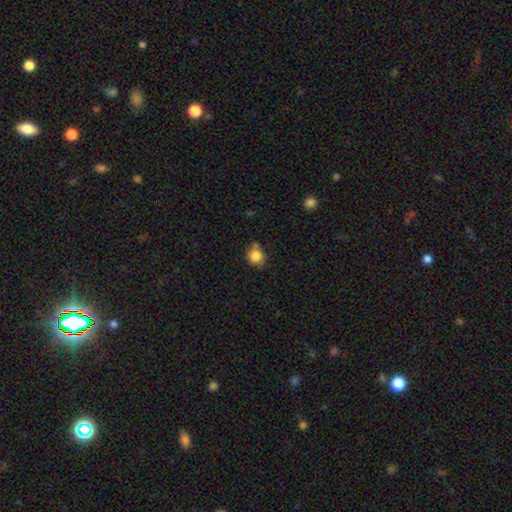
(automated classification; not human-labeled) A smooth galaxy with no disk features (84%) that is round (78%). Merging: none (67%).